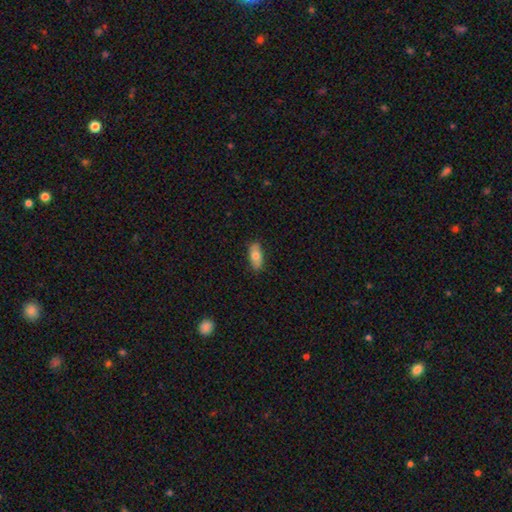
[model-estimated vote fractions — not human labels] smooth-or-featured: smooth: 76% | featured or disk: 18% | star or artifact: 6%
  how-rounded: in between: 84% | cigar-shaped: 13% | round: 3%
  merging: none: 85% | minor disturbance: 12% | major disturbance: 2% | merger: 1%